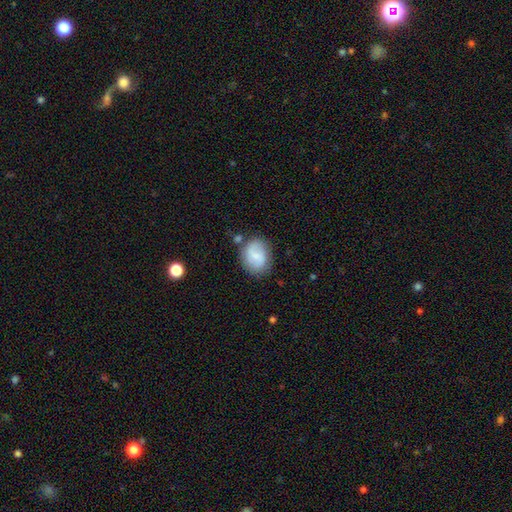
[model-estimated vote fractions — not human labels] Smooth or featured? Predicted: smooth (p=0.57). How rounded? Predicted: round (p=0.52). Merging? Predicted: none (p=0.69).